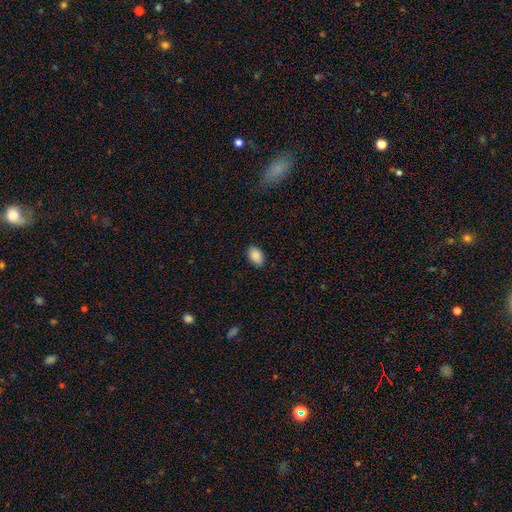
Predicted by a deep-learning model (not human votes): Overall: smooth (89%). How rounded: in between (90%). Merging: none (87%).